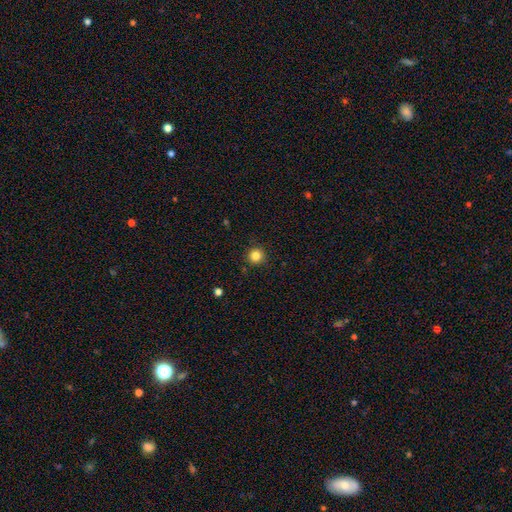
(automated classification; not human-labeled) A smooth galaxy with no disk features (83%) that is round (95%).

Vote fractions:
- Smooth or featured? smooth: 83% / star or artifact: 12% / featured or disk: 5%
- How rounded? round: 95% / in between: 4% / cigar-shaped: 1%
- Merging? none: 91% / minor disturbance: 6% / major disturbance: 2% / merger: 1%